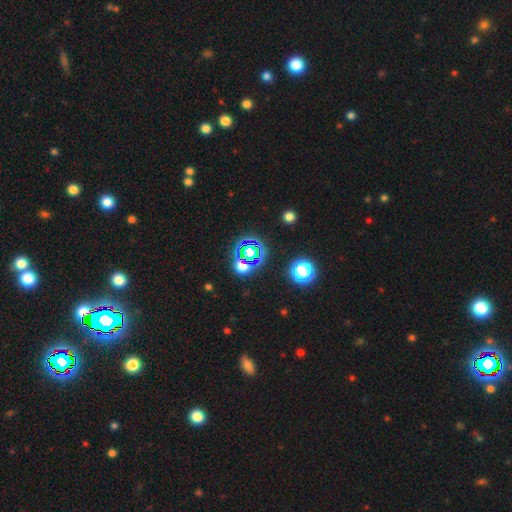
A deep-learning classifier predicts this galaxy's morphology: smooth_or_featured: star or artifact (p=0.75) [alt: smooth p=0.17]